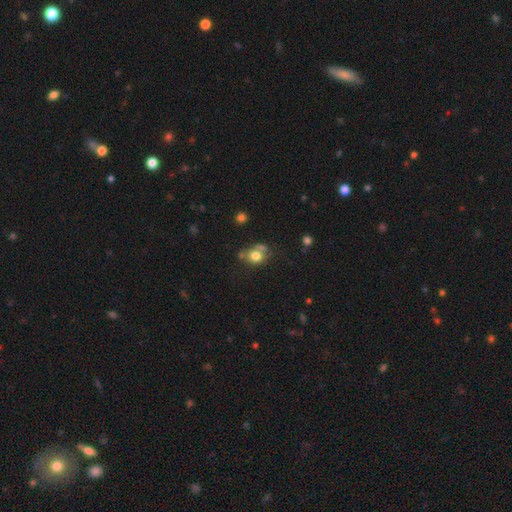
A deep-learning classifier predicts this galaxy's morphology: Smooth or featured? smooth (74%)
How rounded? round (64%)
Merging? none (48%)